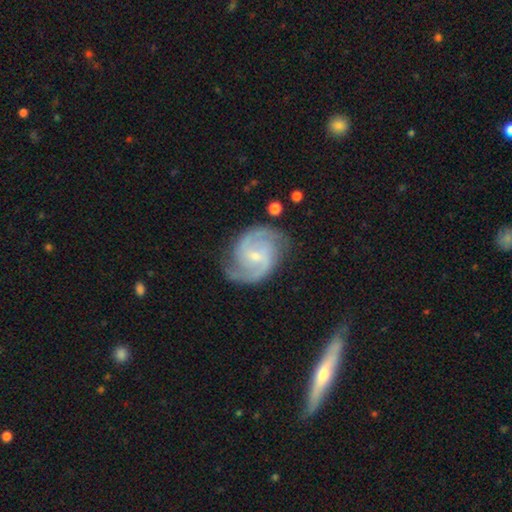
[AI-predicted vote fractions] Smooth or featured?
  - featured or disk: 90% *
  - smooth: 5%
  - star or artifact: 5%
Edge-on disk?
  - no: 98% *
  - yes: 2%
Bar?
  - weak: 52% *
  - no: 33%
  - strong: 15%
Spiral arms?
  - yes: 98% *
  - no: 2%
Spiral winding?
  - medium: 56% *
  - tight: 29%
  - loose: 15%
Spiral arm count?
  - 2: 86% *
  - 3: 5%
  - can't tell: 4%
  - 1: 2%
  - 4: 2%
  - more than 4: 1%
Bulge size?
  - small: 66% *
  - moderate: 28%
  - none: 3%
  - large: 1%
  - dominant: 1%
Merging?
  - none: 78% *
  - minor disturbance: 15%
  - major disturbance: 5%
  - merger: 2%